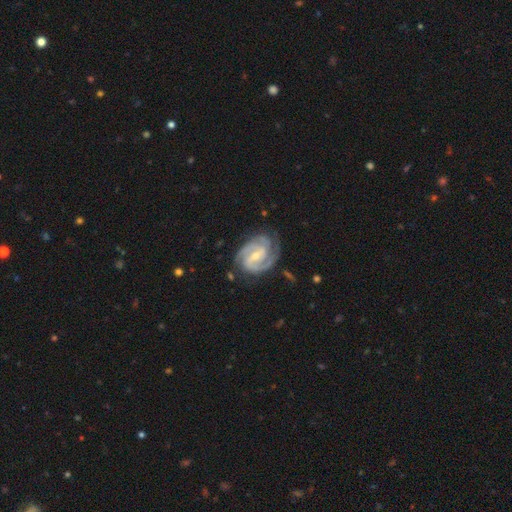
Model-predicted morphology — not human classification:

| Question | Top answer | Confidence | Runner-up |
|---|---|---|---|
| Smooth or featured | featured or disk | 91% | smooth (5%) |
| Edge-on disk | no | 98% | yes (2%) |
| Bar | weak | 51% | strong (30%) |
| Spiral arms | yes | 98% | no (2%) |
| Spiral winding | tight | 56% | medium (38%) |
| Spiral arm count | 2 | 68% | 3 (18%) |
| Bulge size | small | 52% | moderate (43%) |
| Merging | none | 73% | minor disturbance (18%) |